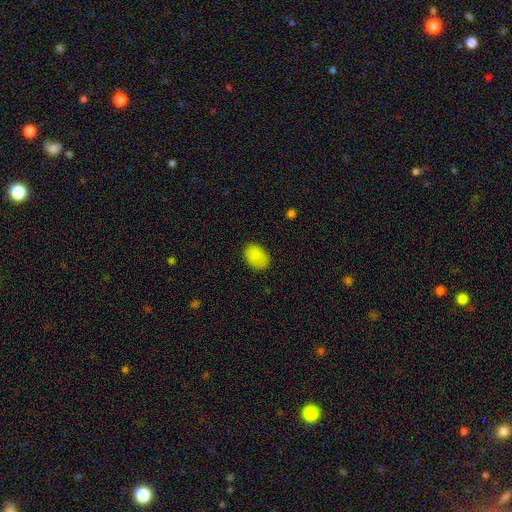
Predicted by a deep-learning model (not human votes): Overall: smooth (87%). How rounded: in between (82%). Merging: none (84%).